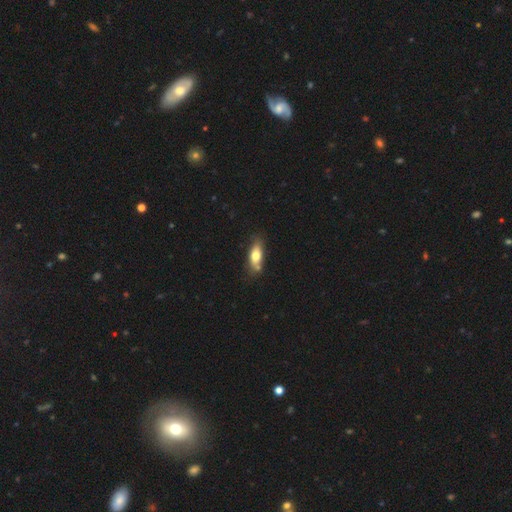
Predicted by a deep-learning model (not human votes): A smooth galaxy with no disk features (68%) that is in between round and cigar-shaped (72%). Merging: none (66%).